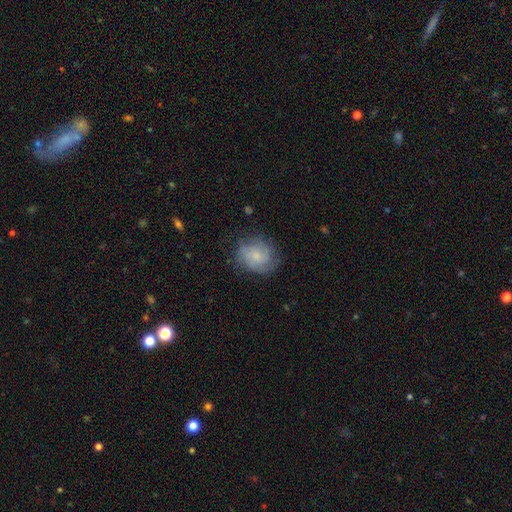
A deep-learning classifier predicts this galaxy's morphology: Q: Smooth or featured?
A: smooth (52%); runner-up: featured or disk (40%)
Q: How rounded?
A: round (72%); runner-up: in between (27%)
Q: Merging?
A: none (68%); runner-up: minor disturbance (22%)